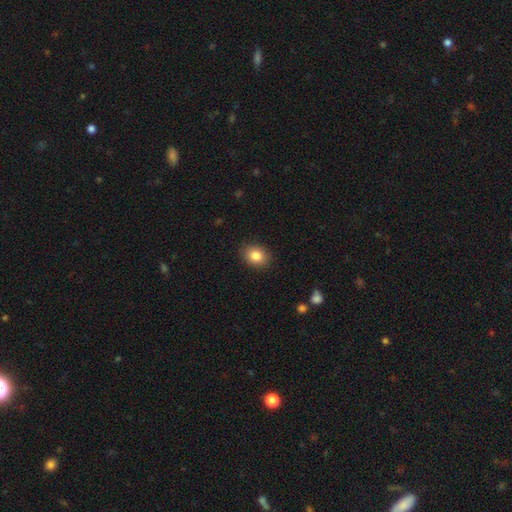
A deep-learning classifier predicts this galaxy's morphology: Smooth or featured? Predicted: smooth (p=0.85). How rounded? Predicted: in between (p=0.50, tied with round). Merging? Predicted: none (p=0.89).